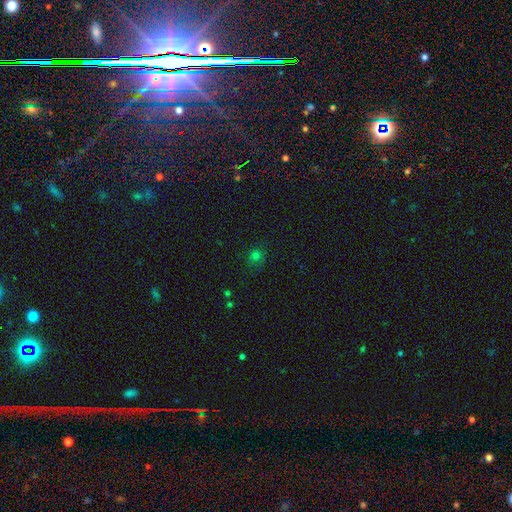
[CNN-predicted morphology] Q: Smooth or featured?
A: smooth (72%); runner-up: star or artifact (22%)
Q: How rounded?
A: round (86%); runner-up: in between (13%)
Q: Merging?
A: none (81%); runner-up: minor disturbance (13%)